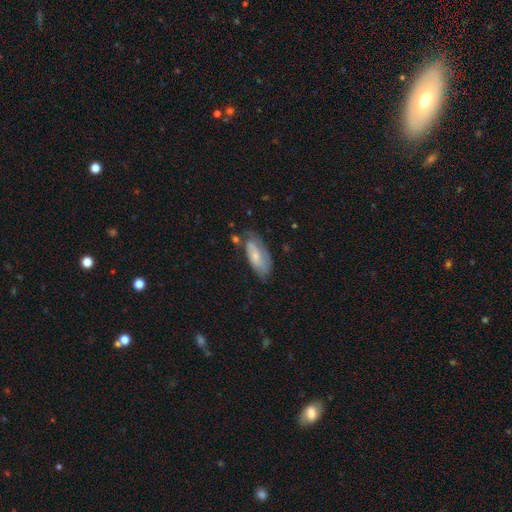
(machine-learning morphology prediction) Smooth or featured: smooth — 52% (featured or disk — 42%)
How rounded: in between — 84% (cigar-shaped — 13%)
Merging: none — 49% (minor disturbance — 32%)